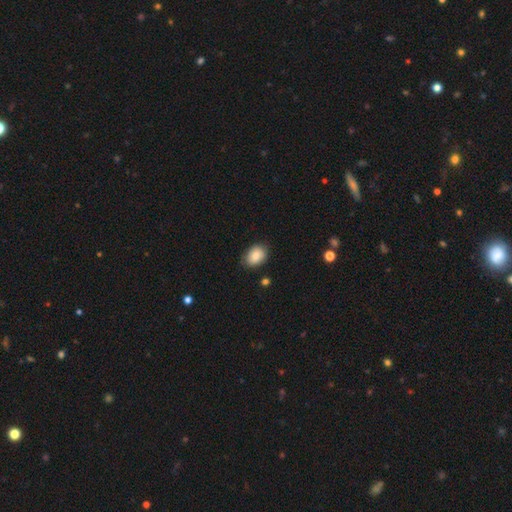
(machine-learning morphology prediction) A smooth galaxy with no disk features (83%) that is in between round and cigar-shaped (76%).

Vote fractions:
- Smooth or featured? smooth: 83% / featured or disk: 9% / star or artifact: 7%
- How rounded? in between: 76% / round: 23% / cigar-shaped: 1%
- Merging? none: 81% / minor disturbance: 15% / major disturbance: 3% / merger: 2%